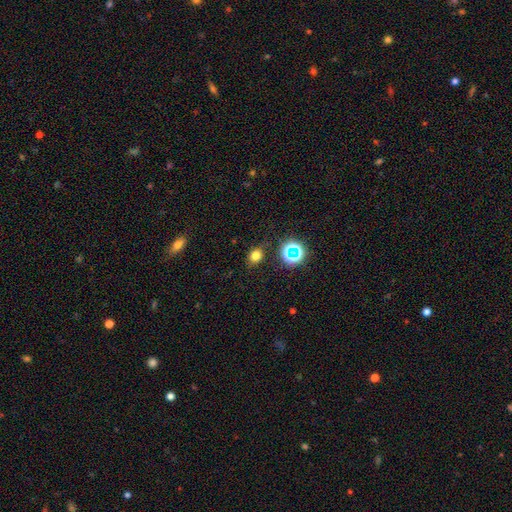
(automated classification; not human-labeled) The model was most divided on "how rounded": round: 52%, in between: 46%, cigar-shaped: 1%. More confident: merging — none (82%); smooth or featured — smooth (72%).